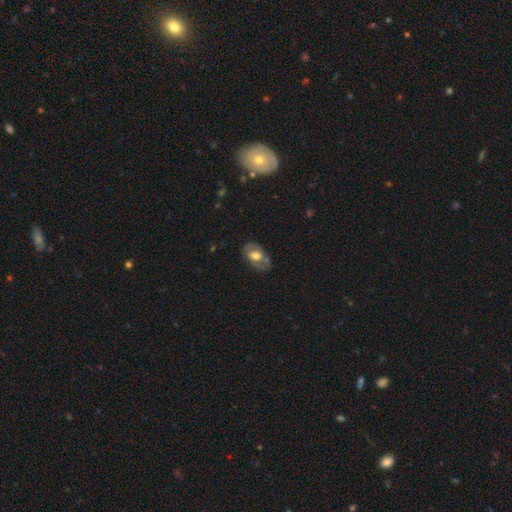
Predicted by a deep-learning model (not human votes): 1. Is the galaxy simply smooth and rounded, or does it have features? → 49% smooth, 45% featured or disk, 7% star or artifact.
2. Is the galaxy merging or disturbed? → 67% none, 23% minor disturbance, 8% major disturbance, 2% merger.